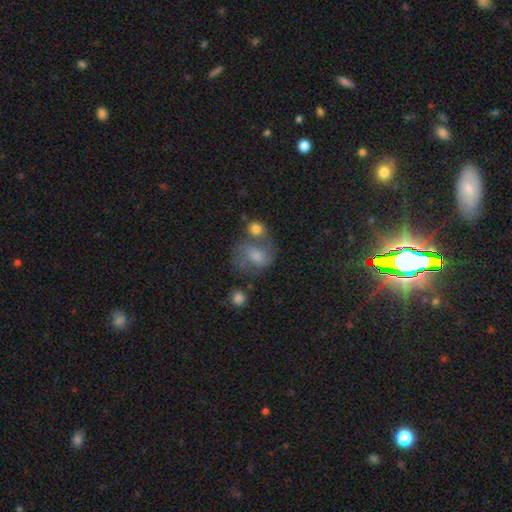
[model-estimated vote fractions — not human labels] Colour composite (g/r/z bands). It shows a smooth galaxy with no disk features (47%). Merging: none (39%).